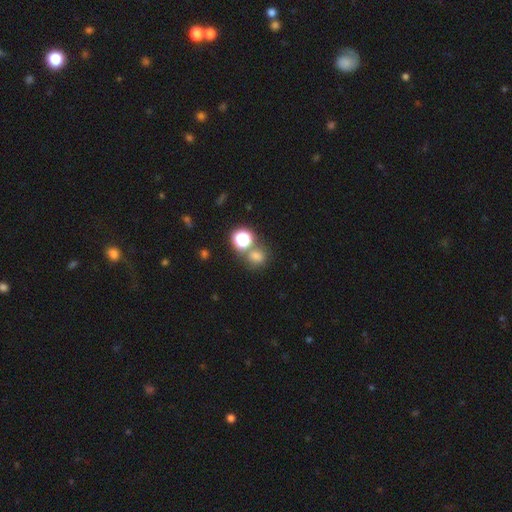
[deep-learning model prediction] smooth-or-featured: smooth: 69% | star or artifact: 24% | featured or disk: 7%
  how-rounded: round: 74% | in between: 25% | cigar-shaped: 1%
  merging: none: 60% | merger: 24% | minor disturbance: 10% | major disturbance: 5%